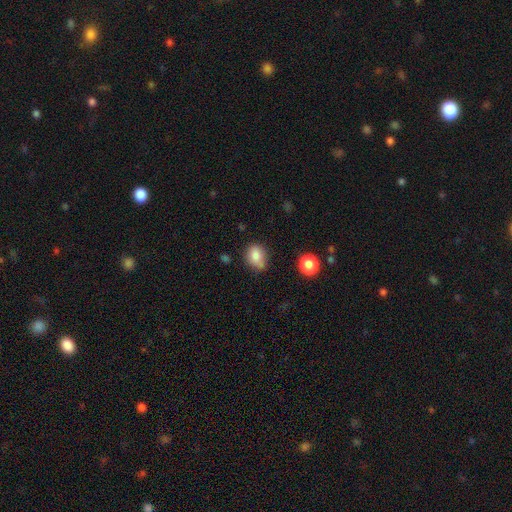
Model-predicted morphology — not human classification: smooth-or-featured: smooth: 82% | star or artifact: 10% | featured or disk: 8%
  how-rounded: round: 51% | in between: 47% | cigar-shaped: 1%
  merging: none: 58% | minor disturbance: 28% | merger: 8% | major disturbance: 6%